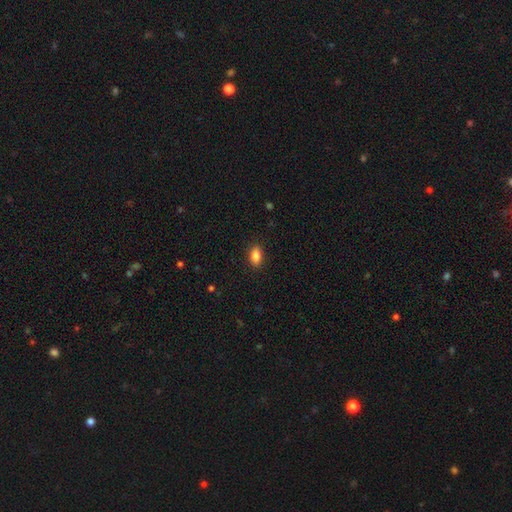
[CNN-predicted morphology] smooth-or-featured: smooth: 86% | star or artifact: 8% | featured or disk: 5%
  how-rounded: in between: 88% | round: 8% | cigar-shaped: 4%
  merging: none: 89% | minor disturbance: 8% | major disturbance: 2% | merger: 1%